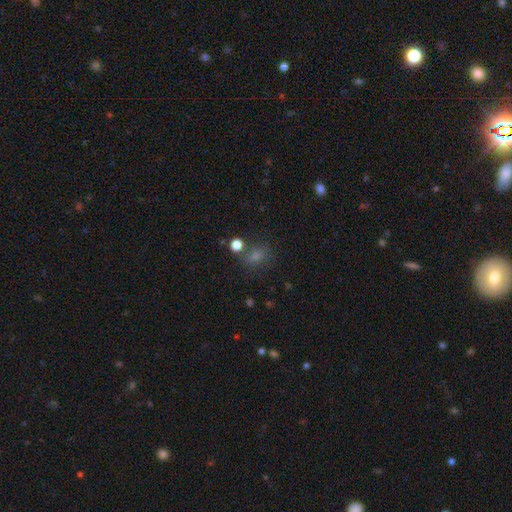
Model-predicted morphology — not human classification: The model was most divided on "how rounded": round: 56%, in between: 42%, cigar-shaped: 2%. More confident: merging — none (72%); smooth or featured — smooth (60%).